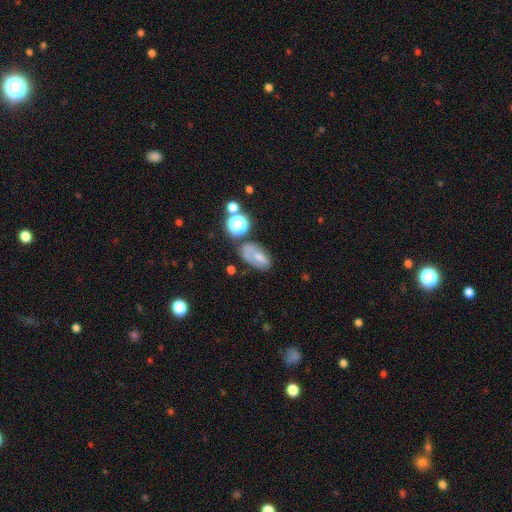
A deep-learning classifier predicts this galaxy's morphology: This is possibly a smooth galaxy (54%). How rounded: clearly in between (86%). Merging: possibly none (52%).